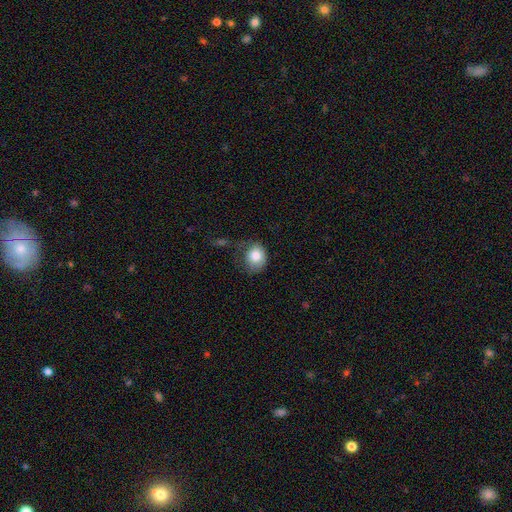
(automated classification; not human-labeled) smooth_or_featured: smooth (p=0.81) [alt: featured or disk p=0.11]
how_rounded: round (p=0.58) [alt: in between p=0.41]
merging: none (p=0.45) [alt: minor disturbance p=0.30]